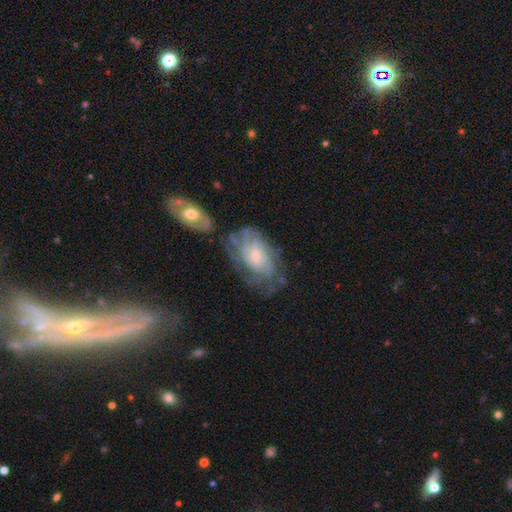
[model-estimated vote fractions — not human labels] Smooth or featured?
  - featured or disk: 78% *
  - smooth: 15%
  - star or artifact: 7%
Edge-on disk?
  - no: 96% *
  - yes: 4%
Bar?
  - no: 65% *
  - weak: 30%
  - strong: 5%
Spiral arms?
  - yes: 91% *
  - no: 9%
Spiral winding?
  - tight: 60% *
  - medium: 30%
  - loose: 10%
Spiral arm count?
  - can't tell: 47% *
  - 4: 19%
  - 3: 12%
  - 2: 9%
  - more than 4: 9%
  - 1: 5%
Bulge size?
  - small: 70% *
  - moderate: 24%
  - none: 3%
  - large: 2%
  - dominant: 1%
Merging?
  - none: 52% *
  - minor disturbance: 21%
  - major disturbance: 15%
  - merger: 11%